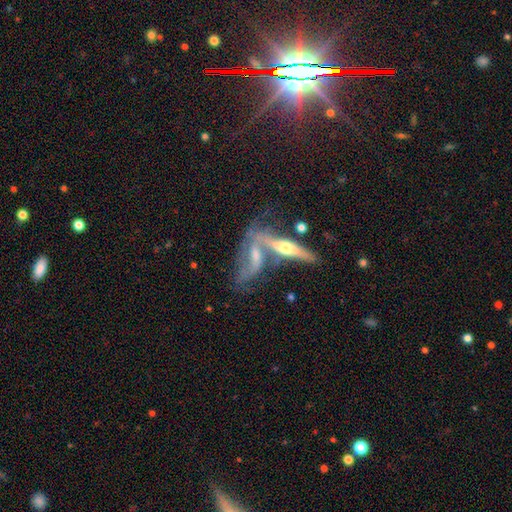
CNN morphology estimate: Q: Smooth or featured?
A: featured or disk (75%); runner-up: smooth (17%)
Q: Edge-on disk?
A: yes (60%); runner-up: no (40%)
Q: Merging?
A: merger (46%); runner-up: none (35%)